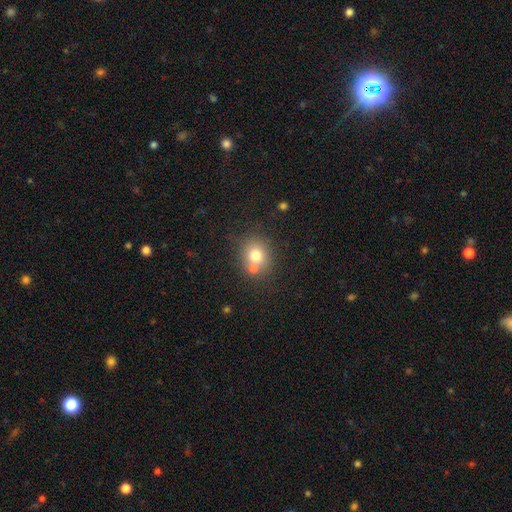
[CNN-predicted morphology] Smooth or featured?
  - smooth: 74% *
  - featured or disk: 14%
  - star or artifact: 12%
How rounded?
  - round: 78% *
  - in between: 21%
  - cigar-shaped: 1%
Merging?
  - none: 57% *
  - merger: 29%
  - minor disturbance: 10%
  - major disturbance: 4%